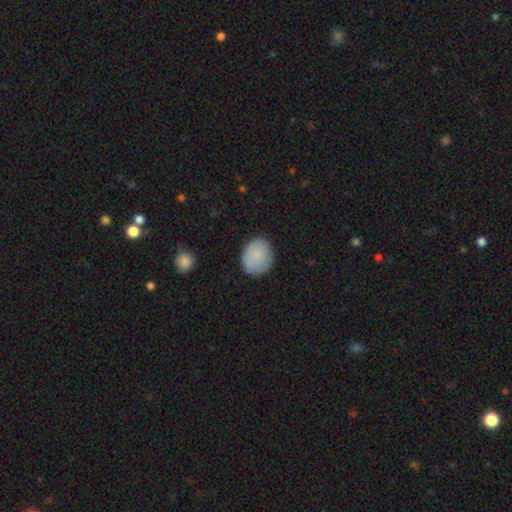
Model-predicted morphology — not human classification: Smooth or featured: smooth — 84% (featured or disk — 9%)
How rounded: round — 60% (in between — 39%)
Merging: none — 79% (minor disturbance — 17%)